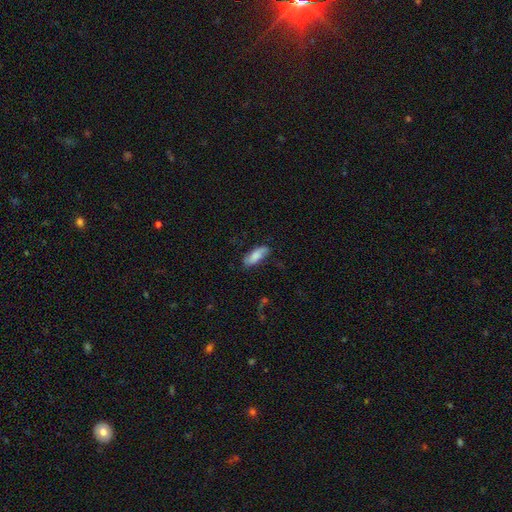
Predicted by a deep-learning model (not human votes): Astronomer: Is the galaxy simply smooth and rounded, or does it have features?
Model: smooth — 75%.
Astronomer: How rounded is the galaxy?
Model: in between — 69%.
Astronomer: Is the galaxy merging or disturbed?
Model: none — 74%.